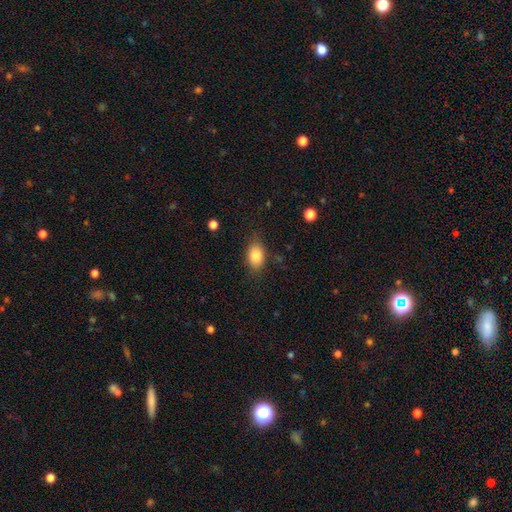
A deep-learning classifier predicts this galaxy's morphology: This is clearly a smooth galaxy (84%). How rounded: clearly in between (84%). Merging: likely none (79%).